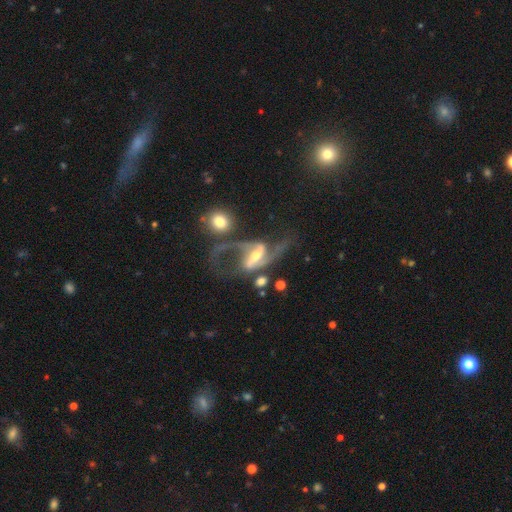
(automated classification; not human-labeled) This appears to be a featured or disk galaxy (90%) with a strong bar (61%), 2 (91%) loose (60%) spiral arms (96%) and a moderate central bulge (57%). Merging: none (45%).